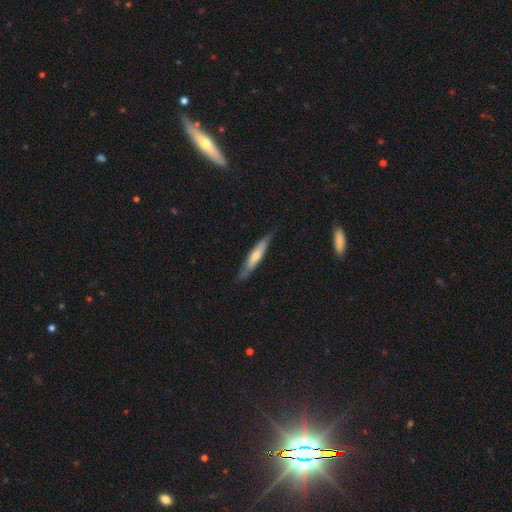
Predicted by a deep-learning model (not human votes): Smooth or featured: smooth — 51% (featured or disk — 44%)
How rounded: cigar-shaped — 88% (in between — 11%)
Merging: none — 79% (minor disturbance — 17%)